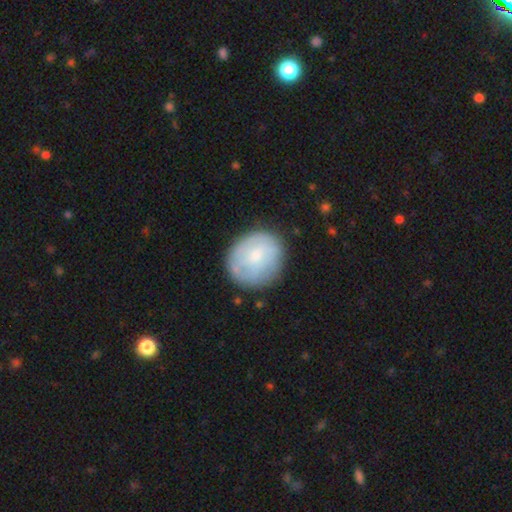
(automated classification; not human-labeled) A smooth galaxy with no disk features (63%) that is round (78%).

Vote fractions:
- Smooth or featured? smooth: 63% / featured or disk: 30% / star or artifact: 7%
- How rounded? round: 78% / in between: 21% / cigar-shaped: 1%
- Merging? none: 76% / minor disturbance: 17% / major disturbance: 5% / merger: 2%